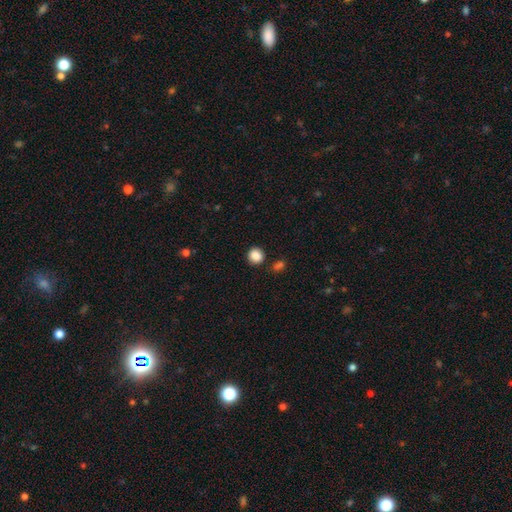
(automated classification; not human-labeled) smooth_or_featured: smooth (p=0.87) [alt: star or artifact p=0.09]
how_rounded: round (p=0.86) [alt: in between p=0.13]
merging: none (p=0.85) [alt: minor disturbance p=0.08]